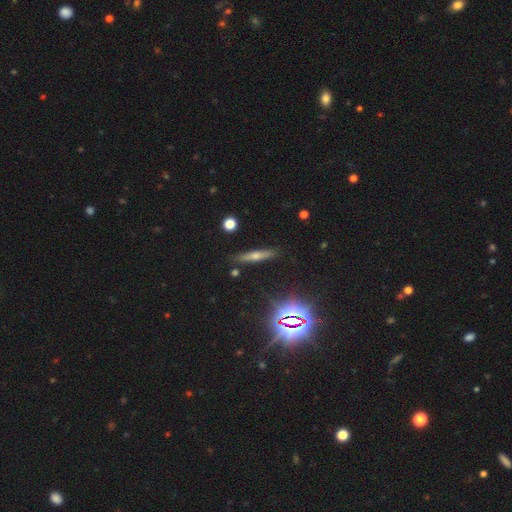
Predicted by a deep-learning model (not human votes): Morphology: type=featured or disk (43%); merging=none (87%).